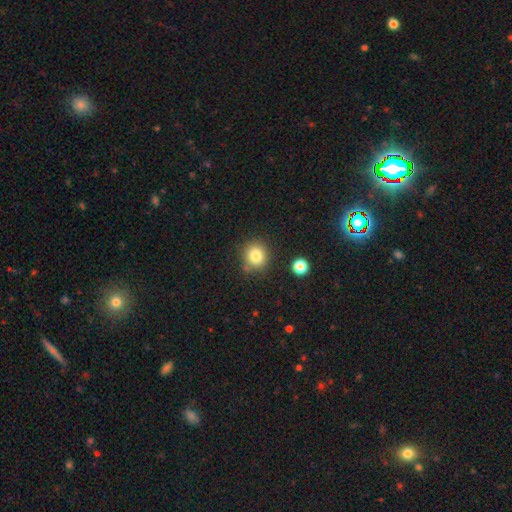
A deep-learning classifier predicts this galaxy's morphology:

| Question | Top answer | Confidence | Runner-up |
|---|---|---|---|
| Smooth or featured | smooth | 82% | star or artifact (11%) |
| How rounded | round | 87% | in between (12%) |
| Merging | none | 82% | minor disturbance (10%) |